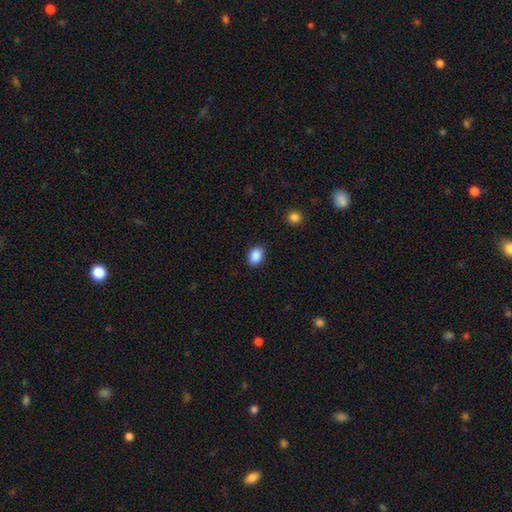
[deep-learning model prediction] smooth 88%, star or artifact 8%, featured or disk 3%. Down the decision tree: how rounded — in between (70%); merging — none (87%).